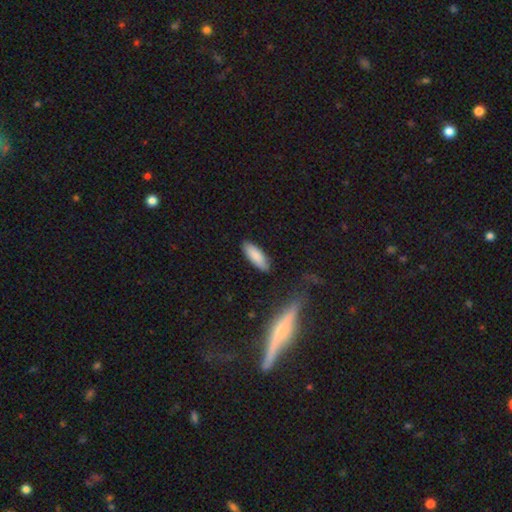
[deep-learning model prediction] Smooth or featured? smooth (86%)
How rounded? in between (66%)
Merging? none (86%)